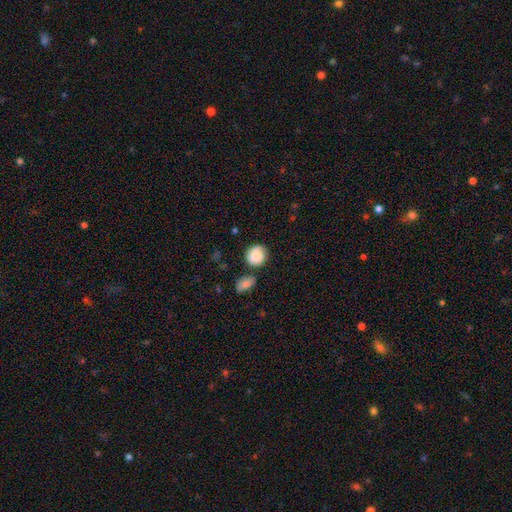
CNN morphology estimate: Overall: smooth (79%). How rounded: round (79%). Merging: none (68%).